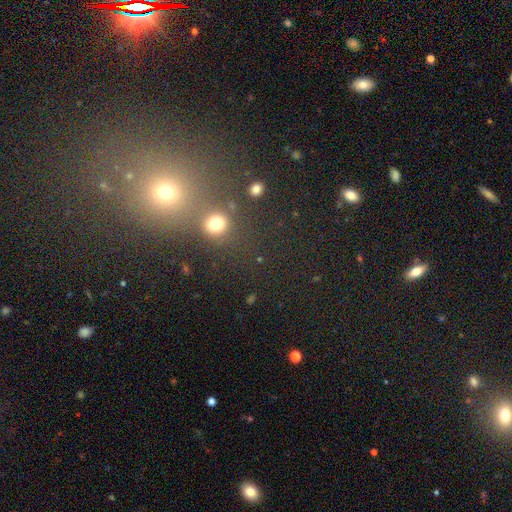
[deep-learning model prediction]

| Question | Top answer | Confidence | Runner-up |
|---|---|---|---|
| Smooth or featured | star or artifact | 53% | smooth (39%) |